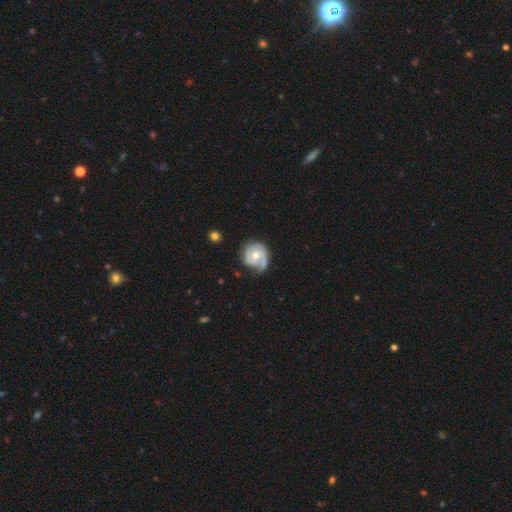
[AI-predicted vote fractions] featured or disk 80%, smooth 15%, star or artifact 5%. Down the decision tree: edge-on disk — no (98%); bar — no (70%); spiral arms — yes (94%); spiral arm count — 2 (47%); spiral winding — tight (55%); bulge size — moderate (68%); merging — none (60%).